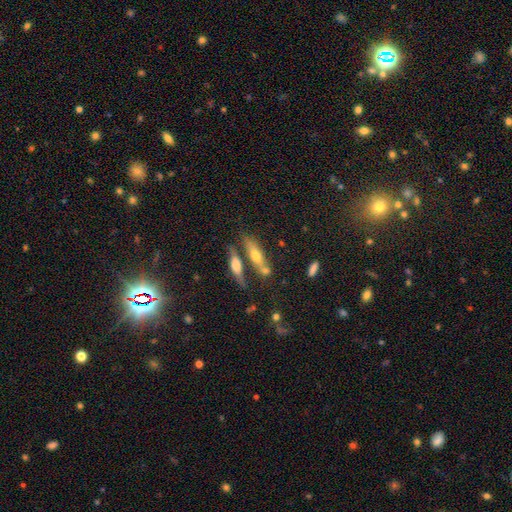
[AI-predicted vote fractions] smooth 46%, featured or disk 45%, star or artifact 9%. Down the decision tree: merging — none (53%).